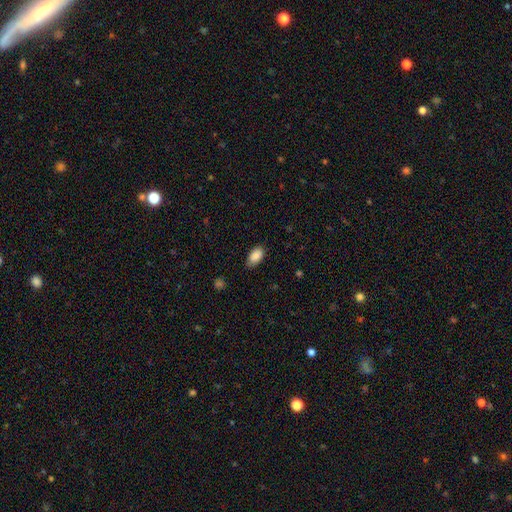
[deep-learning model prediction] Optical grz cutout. It shows a smooth galaxy with no disk features (89%) that is in between round and cigar-shaped (93%). Merging: none (77%).